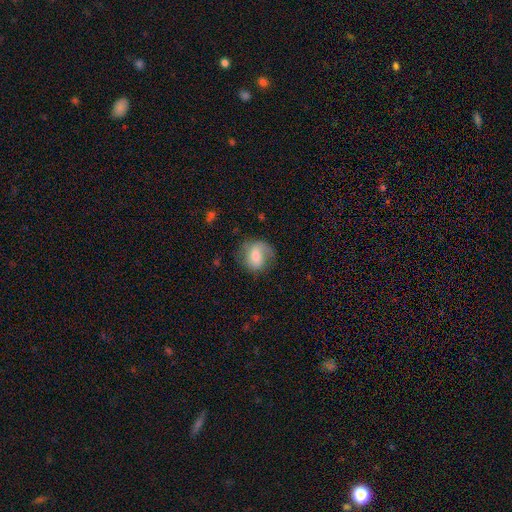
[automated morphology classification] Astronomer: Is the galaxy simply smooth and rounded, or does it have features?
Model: featured or disk — 53% (runner-up: smooth, 40%).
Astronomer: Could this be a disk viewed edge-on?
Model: no — 97%.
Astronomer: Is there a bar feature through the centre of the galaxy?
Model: weak — 43% (runner-up: no, 42%).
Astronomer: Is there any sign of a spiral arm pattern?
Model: yes — 85%.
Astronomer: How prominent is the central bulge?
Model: moderate — 50% (runner-up: small, 37%).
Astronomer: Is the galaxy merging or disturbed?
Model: none — 61%.